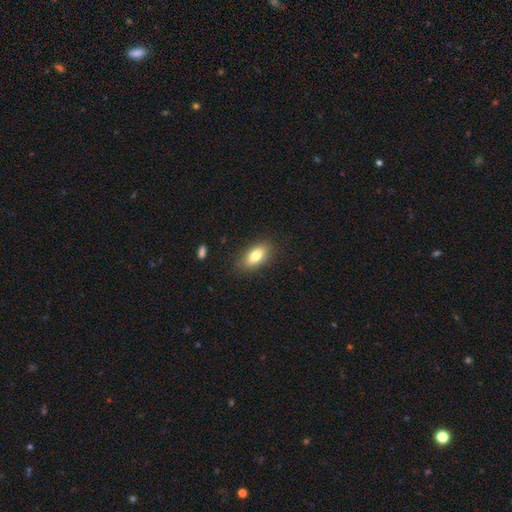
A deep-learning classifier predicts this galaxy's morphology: Q: Smooth or featured?
A: smooth (78%); runner-up: featured or disk (14%)
Q: How rounded?
A: in between (86%); runner-up: cigar-shaped (9%)
Q: Merging?
A: none (85%); runner-up: minor disturbance (11%)